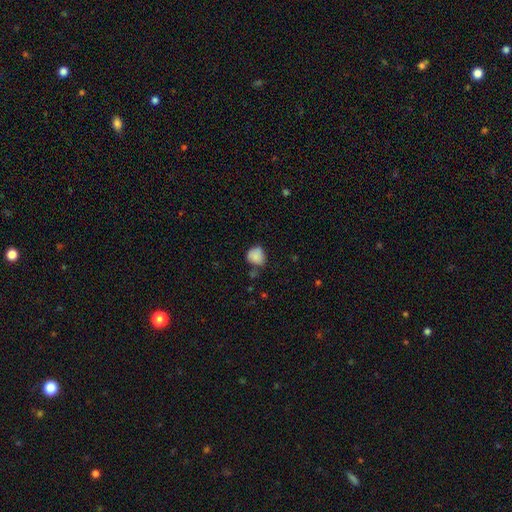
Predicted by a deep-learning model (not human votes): smooth-or-featured: smooth: 82% | star or artifact: 9% | featured or disk: 9%
  how-rounded: round: 69% | in between: 30% | cigar-shaped: 1%
  merging: none: 53% | minor disturbance: 31% | merger: 8% | major disturbance: 8%